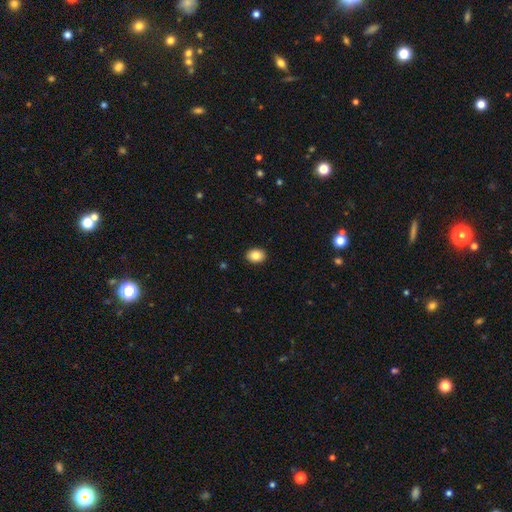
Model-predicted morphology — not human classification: Smooth or featured?
  - smooth: 85% *
  - star or artifact: 9%
  - featured or disk: 6%
How rounded?
  - in between: 64% *
  - round: 35%
  - cigar-shaped: 1%
Merging?
  - none: 91% *
  - minor disturbance: 6%
  - major disturbance: 2%
  - merger: 1%